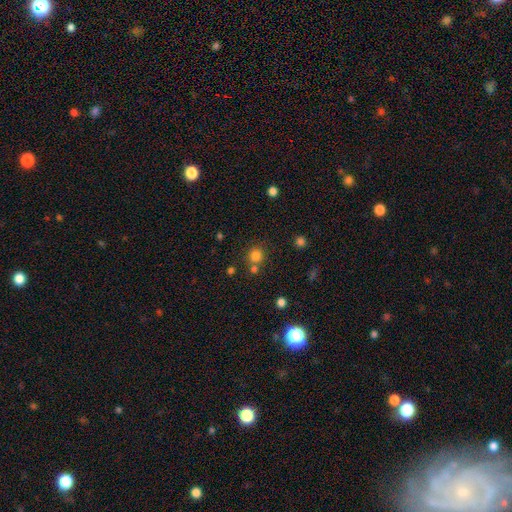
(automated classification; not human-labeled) A smooth galaxy with no disk features (79%) that is round (90%). Merging: none (70%).